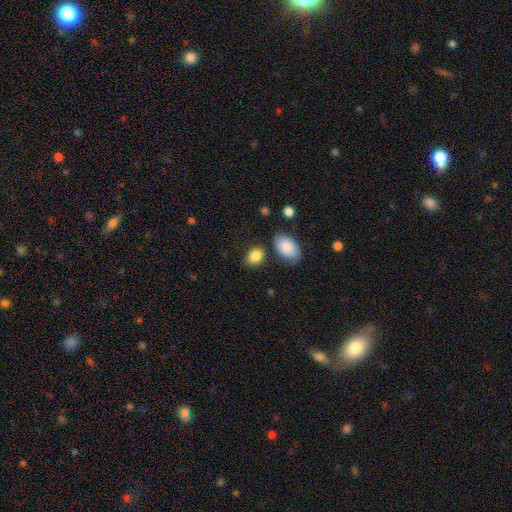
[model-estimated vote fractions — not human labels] Smooth or featured?
  - smooth: 86% *
  - star or artifact: 8%
  - featured or disk: 6%
How rounded?
  - in between: 75% *
  - round: 24%
  - cigar-shaped: 1%
Merging?
  - none: 73% *
  - minor disturbance: 15%
  - merger: 8%
  - major disturbance: 4%